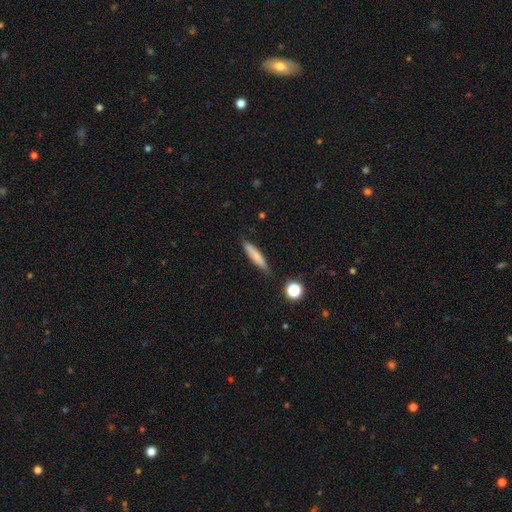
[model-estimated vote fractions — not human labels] smooth 72%, featured or disk 21%, star or artifact 8%. Down the decision tree: how rounded — cigar-shaped (86%); merging — none (83%).